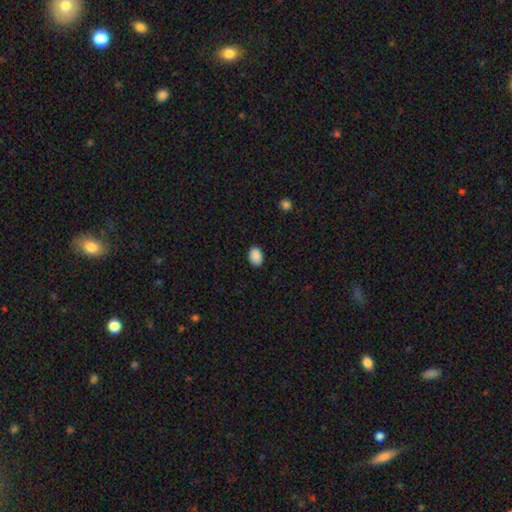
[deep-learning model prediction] smooth-or-featured: smooth: 90% | star or artifact: 8% | featured or disk: 3%
  how-rounded: in between: 82% | round: 17% | cigar-shaped: 1%
  merging: none: 89% | minor disturbance: 8% | major disturbance: 2% | merger: 1%